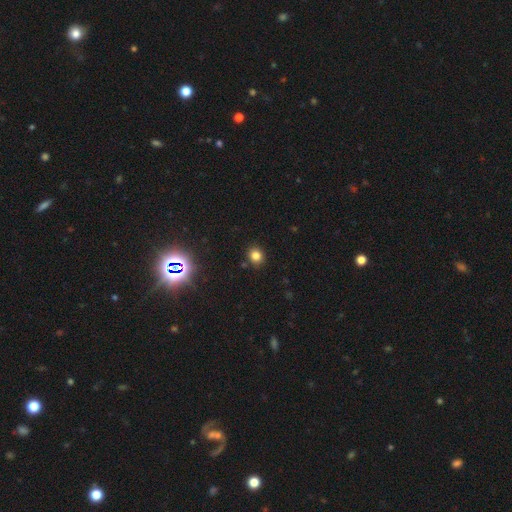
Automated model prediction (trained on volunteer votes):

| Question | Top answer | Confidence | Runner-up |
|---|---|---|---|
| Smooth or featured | smooth | 78% | star or artifact (16%) |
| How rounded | round | 78% | in between (22%) |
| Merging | none | 85% | minor disturbance (9%) |